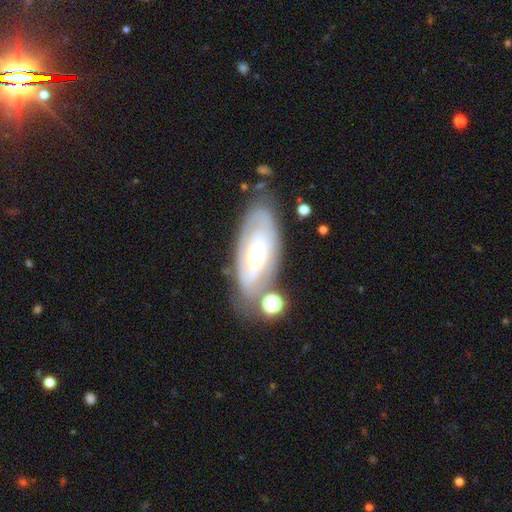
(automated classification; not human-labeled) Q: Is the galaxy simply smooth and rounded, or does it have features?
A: featured or disk — 71%.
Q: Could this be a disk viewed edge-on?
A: no — 87%.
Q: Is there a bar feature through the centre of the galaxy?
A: no — 50%.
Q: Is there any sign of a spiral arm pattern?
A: yes — 67%.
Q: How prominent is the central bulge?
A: moderate — 66%.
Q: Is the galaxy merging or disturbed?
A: none — 66%.